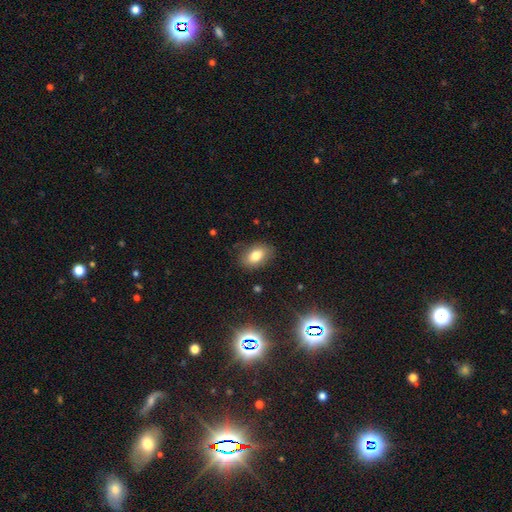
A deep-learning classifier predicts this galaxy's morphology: Smooth or featured? smooth (78%)
How rounded? in between (87%)
Merging? none (82%)